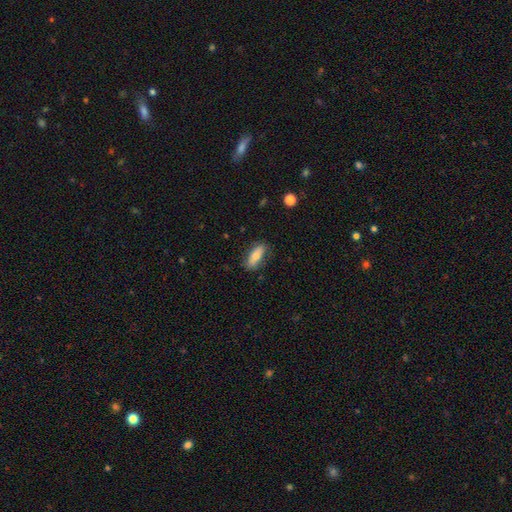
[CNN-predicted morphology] Smooth or featured: smooth — 68% (featured or disk — 26%)
How rounded: in between — 73% (cigar-shaped — 24%)
Merging: none — 79% (minor disturbance — 16%)